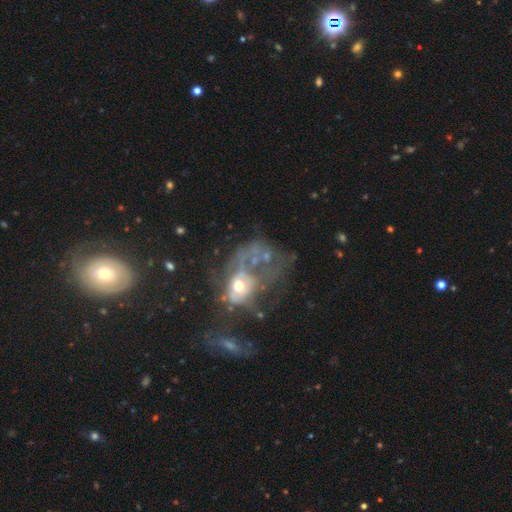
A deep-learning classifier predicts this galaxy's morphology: This appears to be a featured or disk galaxy (58%) with no bar (86%), no spiral arms (75%) and a moderate central bulge (57%). Merging: major disturbance (50%).